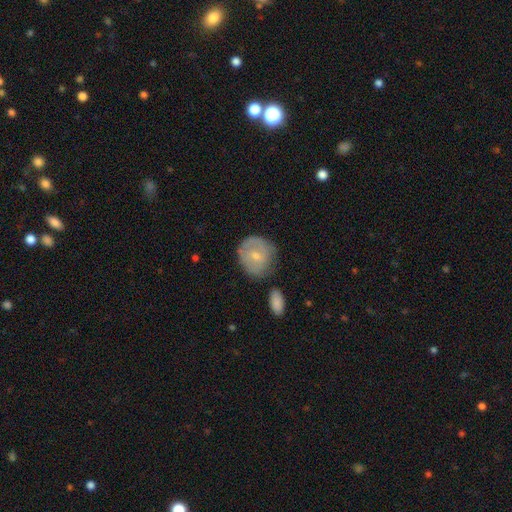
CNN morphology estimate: Smooth or featured? smooth (55%)
How rounded? round (78%)
Merging? none (59%)